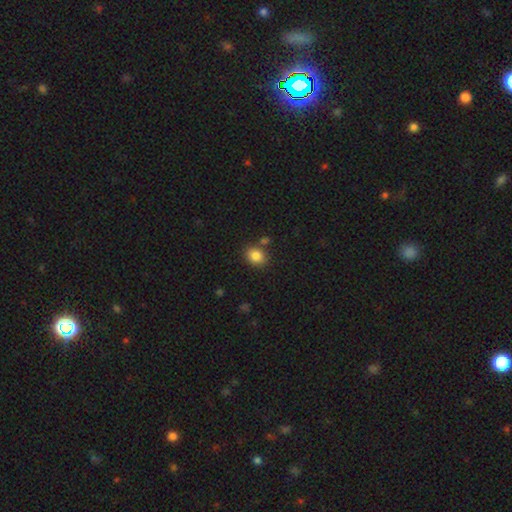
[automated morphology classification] Smooth or featured: smooth — 84% (star or artifact — 10%)
How rounded: round — 55% (in between — 44%)
Merging: none — 78% (minor disturbance — 11%)